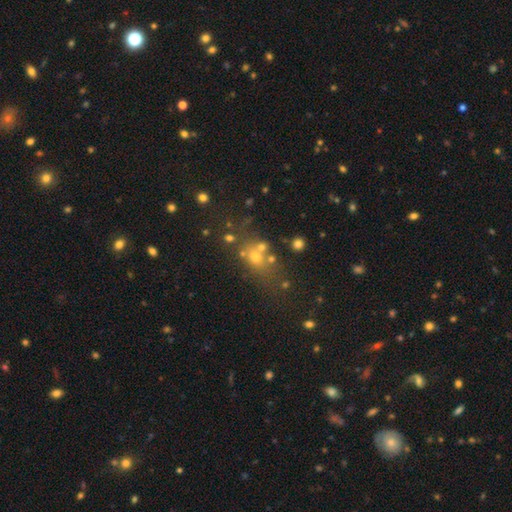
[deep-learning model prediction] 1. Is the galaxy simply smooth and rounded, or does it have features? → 50% smooth, 30% star or artifact, 20% featured or disk.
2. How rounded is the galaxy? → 54% round, 41% in between, 6% cigar-shaped.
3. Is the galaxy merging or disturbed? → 51% none, 28% merger, 13% minor disturbance, 9% major disturbance.